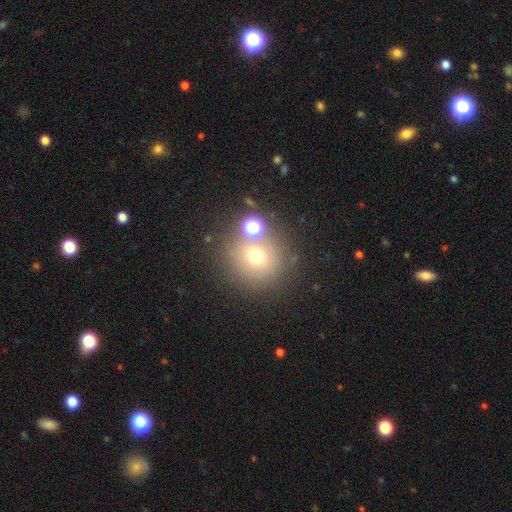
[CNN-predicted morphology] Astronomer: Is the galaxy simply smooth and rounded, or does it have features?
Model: smooth — 64%.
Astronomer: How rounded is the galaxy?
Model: round — 89%.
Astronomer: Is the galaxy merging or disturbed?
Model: none — 69%.